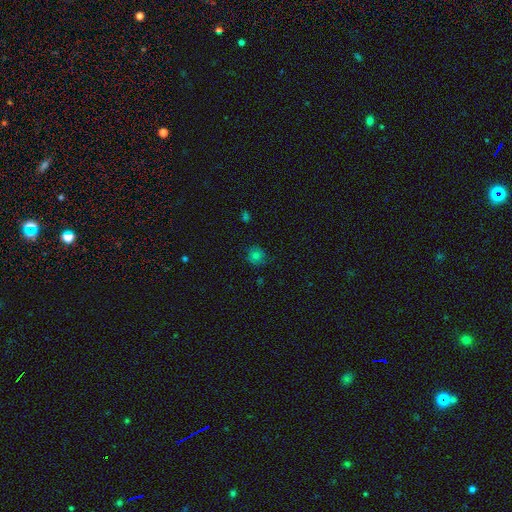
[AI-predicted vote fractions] A smooth galaxy with no disk features (73%) that is round (86%).

Vote fractions:
- Smooth or featured? smooth: 73% / star or artifact: 15% / featured or disk: 12%
- How rounded? round: 86% / in between: 13% / cigar-shaped: 1%
- Merging? none: 77% / minor disturbance: 18% / major disturbance: 4% / merger: 1%